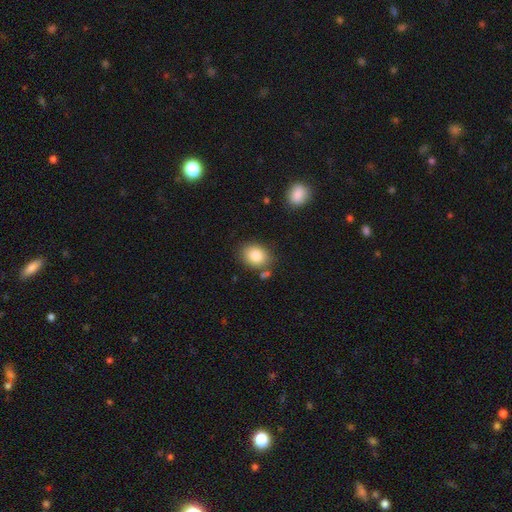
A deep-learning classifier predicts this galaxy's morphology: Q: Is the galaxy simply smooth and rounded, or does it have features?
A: smooth — 83%.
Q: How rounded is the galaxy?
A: in between — 53%.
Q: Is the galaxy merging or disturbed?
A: none — 78%.